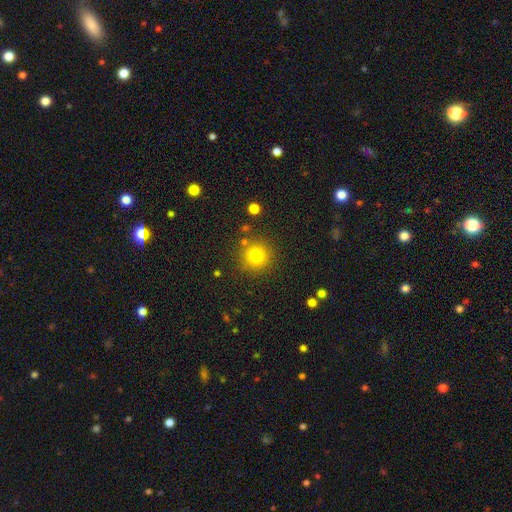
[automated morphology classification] type=smooth (80%); roundness=round (94%); merging=none (85%).